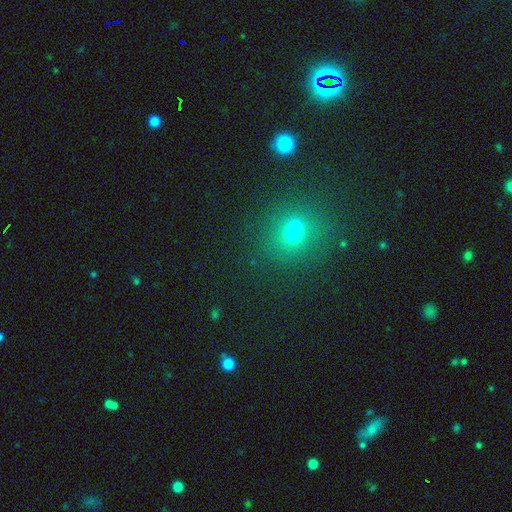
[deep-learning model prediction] Q: Smooth or featured?
A: smooth (49%); runner-up: star or artifact (38%)
Q: Merging?
A: none (58%); runner-up: merger (29%)